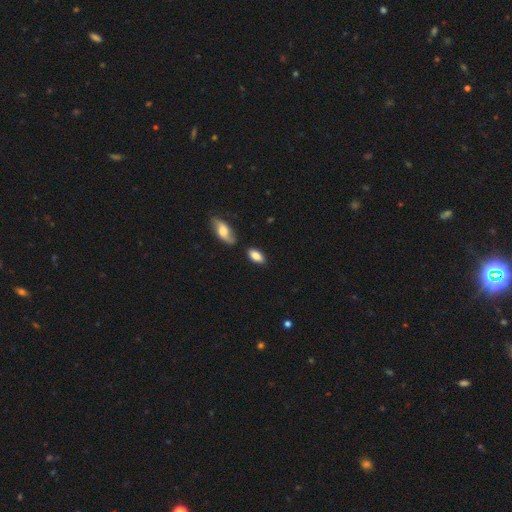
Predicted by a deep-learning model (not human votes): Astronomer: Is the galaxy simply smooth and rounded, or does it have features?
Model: smooth — 82%.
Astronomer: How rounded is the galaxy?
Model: in between — 89%.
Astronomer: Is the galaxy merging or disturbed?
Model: none — 78%.